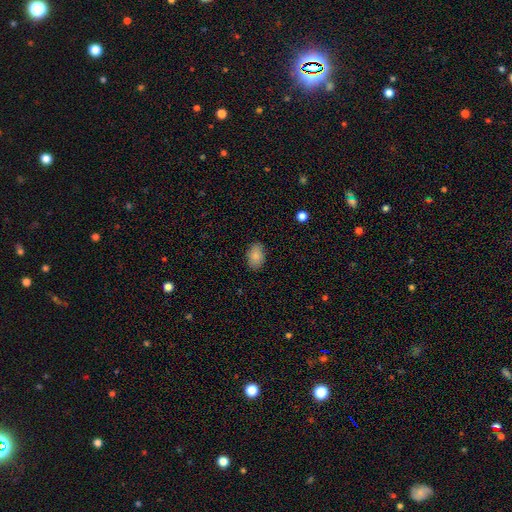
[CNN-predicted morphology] smooth-or-featured: smooth: 86% | star or artifact: 8% | featured or disk: 6%
  how-rounded: in between: 86% | round: 12% | cigar-shaped: 1%
  merging: none: 85% | minor disturbance: 11% | major disturbance: 2% | merger: 1%